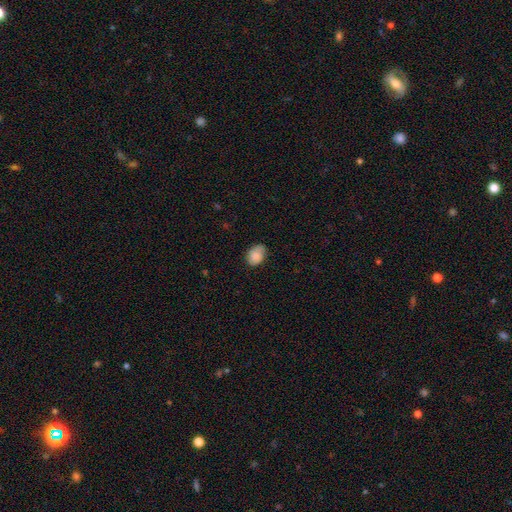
Smooth or featured: smooth — 82% (featured or disk — 10%)
How rounded: in between — 75% (round — 22%)
Merging: none — 78% (minor disturbance — 17%)